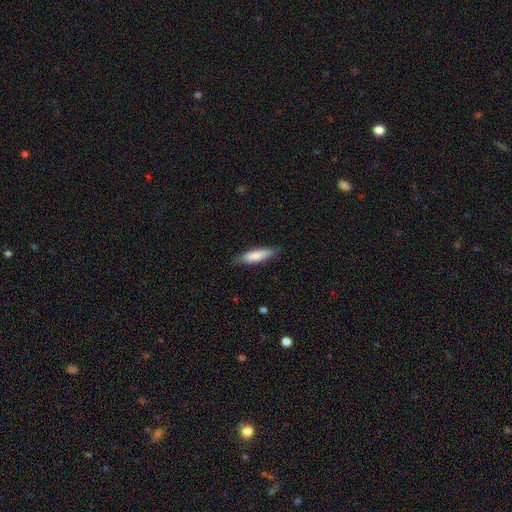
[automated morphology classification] smooth_or_featured: smooth (p=0.81) [alt: featured or disk p=0.14]
how_rounded: cigar-shaped (p=0.68) [alt: in between p=0.31]
merging: none (p=0.81) [alt: minor disturbance p=0.15]